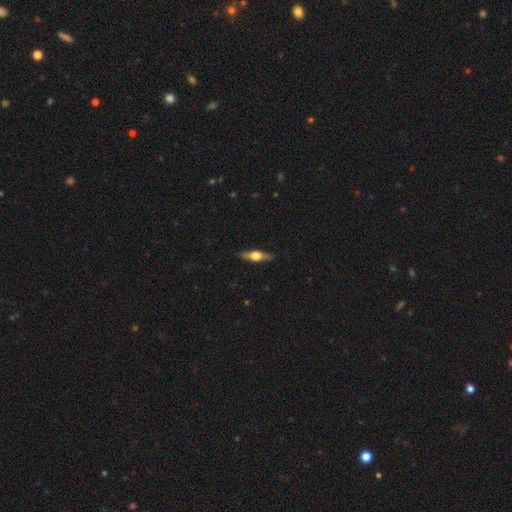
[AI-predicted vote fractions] Smooth or featured: featured or disk — 60% (smooth — 34%)
Edge-on disk: yes — 94% (no — 6%)
Edge-on bulge: rounded — 93% (boxy — 5%)
Merging: none — 88% (minor disturbance — 9%)